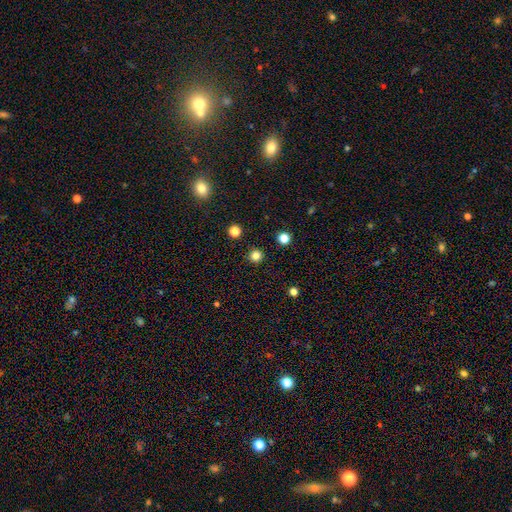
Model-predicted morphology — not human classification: Q: Smooth or featured?
A: smooth (81%); runner-up: star or artifact (15%)
Q: How rounded?
A: round (96%); runner-up: in between (3%)
Q: Merging?
A: none (93%); runner-up: minor disturbance (5%)